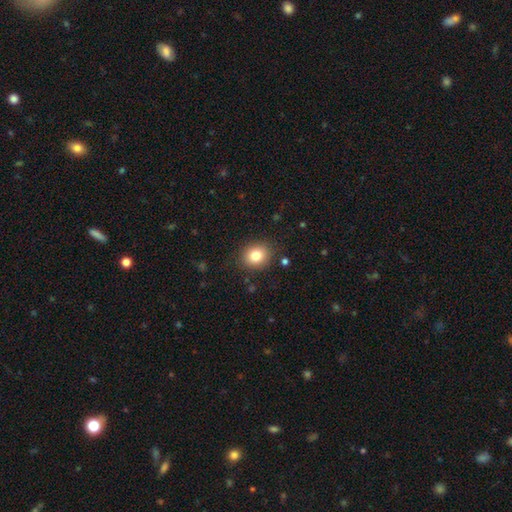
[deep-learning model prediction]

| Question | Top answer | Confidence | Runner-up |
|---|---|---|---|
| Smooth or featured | smooth | 82% | star or artifact (10%) |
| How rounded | round | 69% | in between (30%) |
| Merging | none | 87% | minor disturbance (9%) |